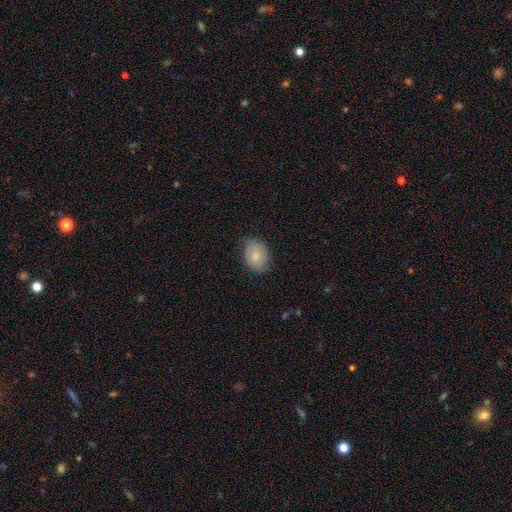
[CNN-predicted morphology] Smooth or featured?
  - smooth: 77% *
  - featured or disk: 16%
  - star or artifact: 7%
How rounded?
  - in between: 67% *
  - round: 32%
  - cigar-shaped: 1%
Merging?
  - none: 73% *
  - minor disturbance: 22%
  - major disturbance: 4%
  - merger: 1%